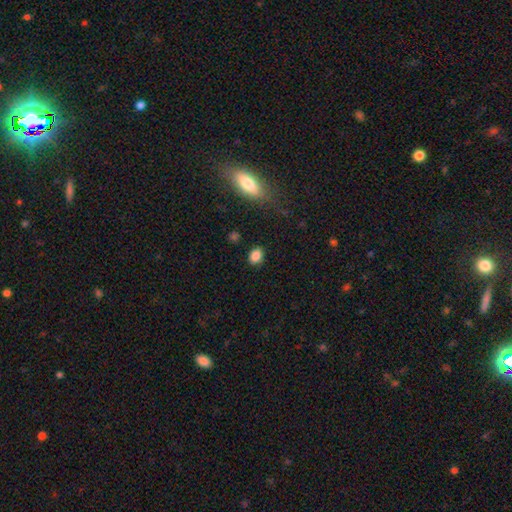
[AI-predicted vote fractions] This appears to be a smooth galaxy with no disk features (85%) that is in between round and cigar-shaped (55%). Merging: none (86%).